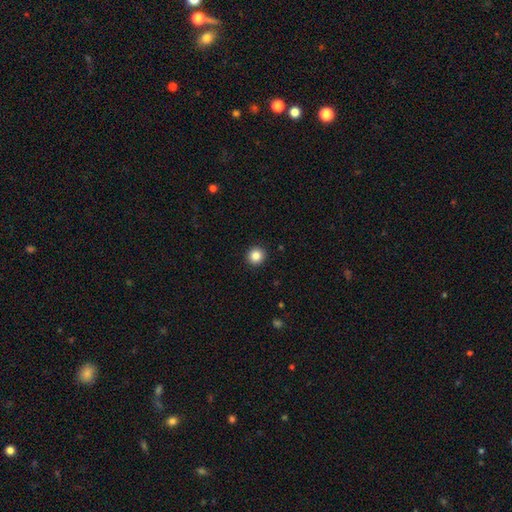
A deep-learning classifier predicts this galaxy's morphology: Smooth or featured: smooth — 86% (star or artifact — 10%)
How rounded: round — 94% (in between — 5%)
Merging: none — 93% (minor disturbance — 4%)